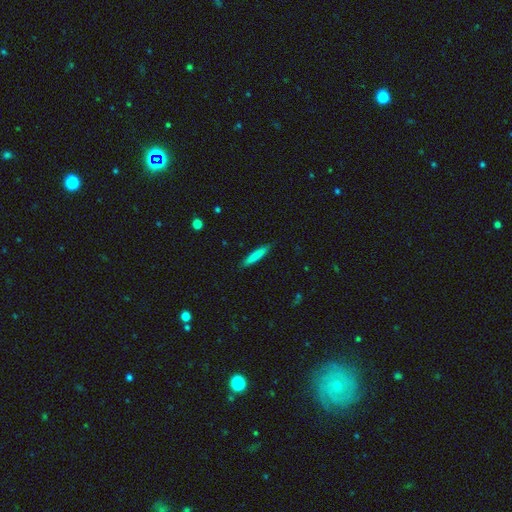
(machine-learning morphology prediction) type=smooth (79%); roundness=cigar-shaped (93%); merging=none (88%).